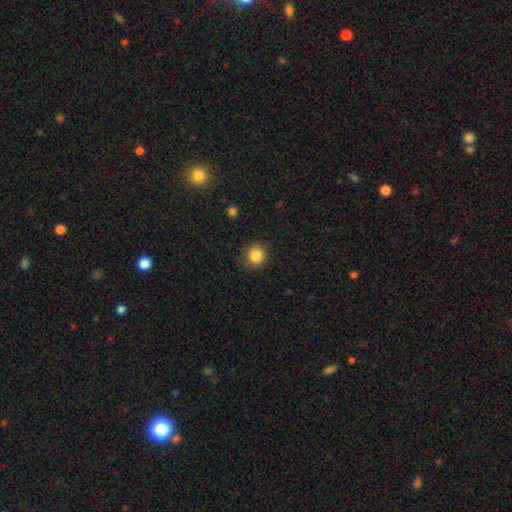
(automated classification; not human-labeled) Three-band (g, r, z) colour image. It shows a smooth galaxy with no disk features (84%) that is round (92%). Merging: none (90%).